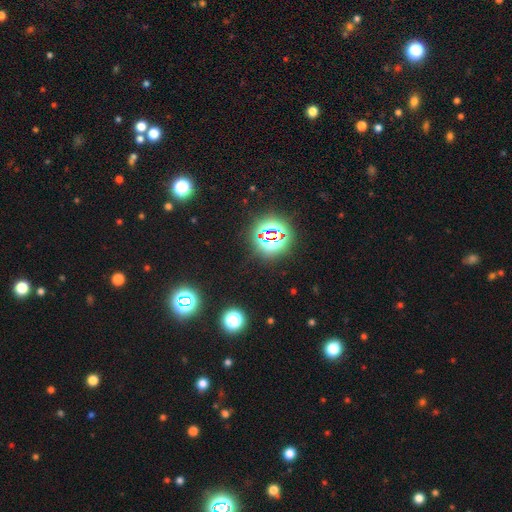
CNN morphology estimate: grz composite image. It shows a star or artifact, not a galaxy (78%).